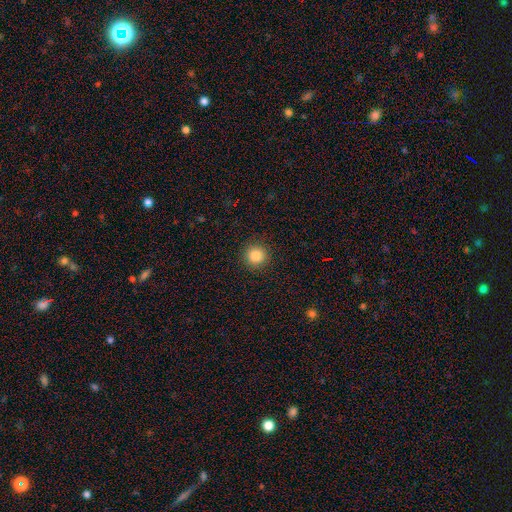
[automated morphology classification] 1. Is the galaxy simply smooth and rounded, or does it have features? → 85% smooth, 11% star or artifact, 4% featured or disk.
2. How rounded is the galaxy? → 94% round, 5% in between, 1% cigar-shaped.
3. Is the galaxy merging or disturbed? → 91% none, 5% minor disturbance, 2% major disturbance, 1% merger.